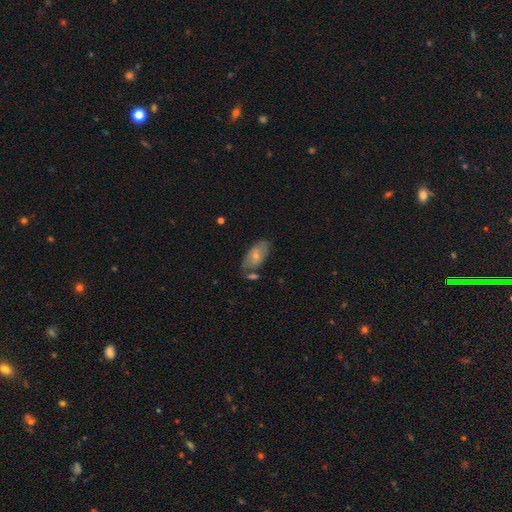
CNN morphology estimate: Overall: smooth (48%; featured or disk 40%). Merging: none (67%).